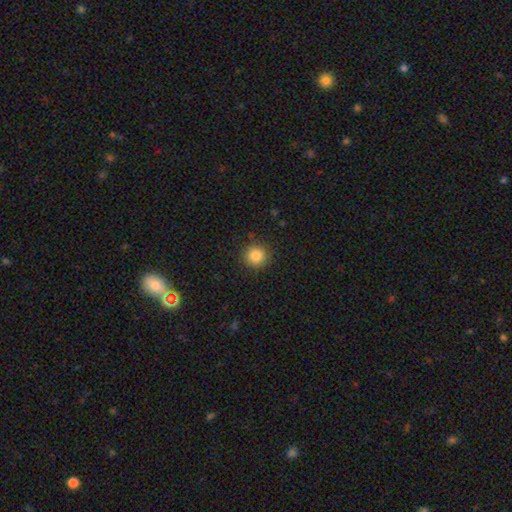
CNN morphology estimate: Smooth or featured? Predicted: smooth (p=0.84). How rounded? Predicted: round (p=0.94). Merging? Predicted: none (p=0.90).